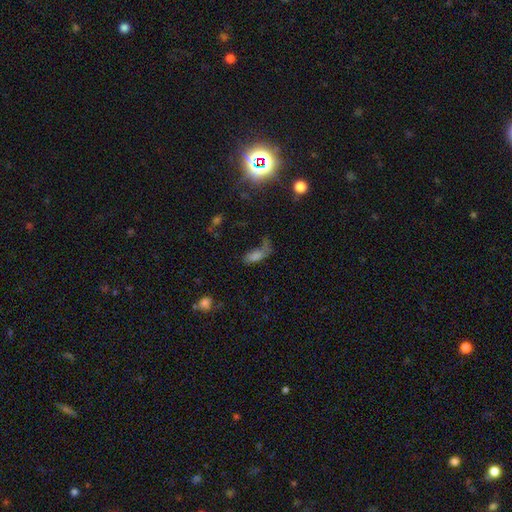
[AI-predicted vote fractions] smooth 47%, star or artifact 29%, featured or disk 24%. Down the decision tree: merging — none (35%).